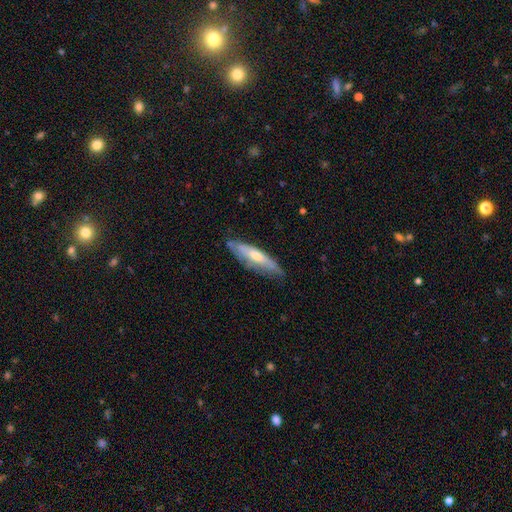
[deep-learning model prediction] Smooth or featured? Predicted: featured or disk (p=0.49). Merging? Predicted: none (p=0.71).